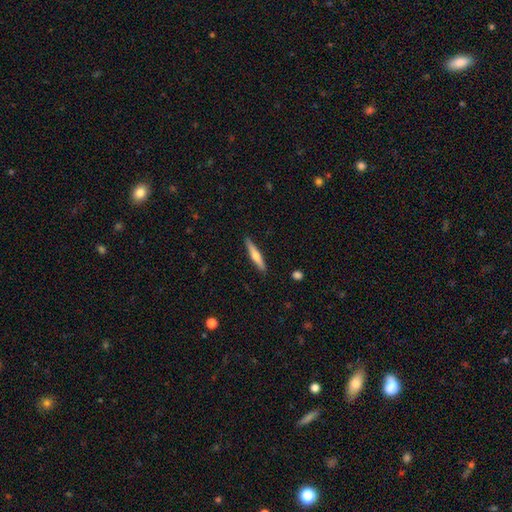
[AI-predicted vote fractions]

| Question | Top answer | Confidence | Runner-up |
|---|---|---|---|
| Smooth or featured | smooth | 48% | featured or disk (46%) |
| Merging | none | 89% | minor disturbance (8%) |